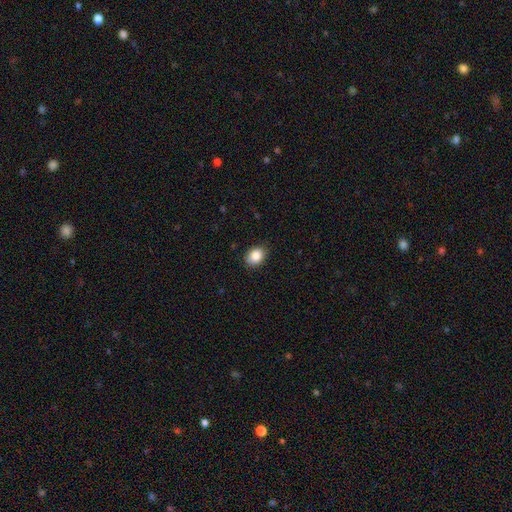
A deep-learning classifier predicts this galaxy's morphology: Smooth or featured?
  - smooth: 87% *
  - star or artifact: 8%
  - featured or disk: 5%
How rounded?
  - in between: 67% *
  - round: 32%
  - cigar-shaped: 1%
Merging?
  - none: 86% *
  - minor disturbance: 11%
  - major disturbance: 2%
  - merger: 1%